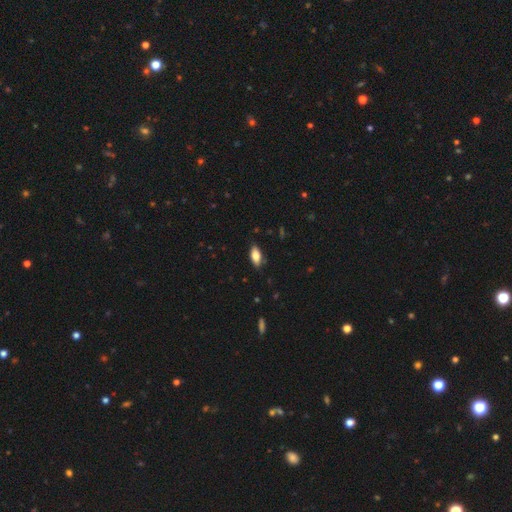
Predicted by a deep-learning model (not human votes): The model was most divided on "smooth or featured": smooth: 81%, featured or disk: 12%, star or artifact: 7%. More confident: how rounded — in between (89%); merging — none (85%).